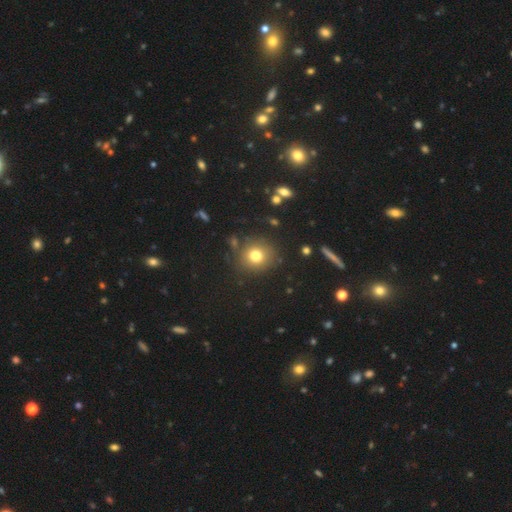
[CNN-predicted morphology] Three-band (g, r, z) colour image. It shows a smooth galaxy with no disk features (77%) that is round (89%). Merging: none (85%).